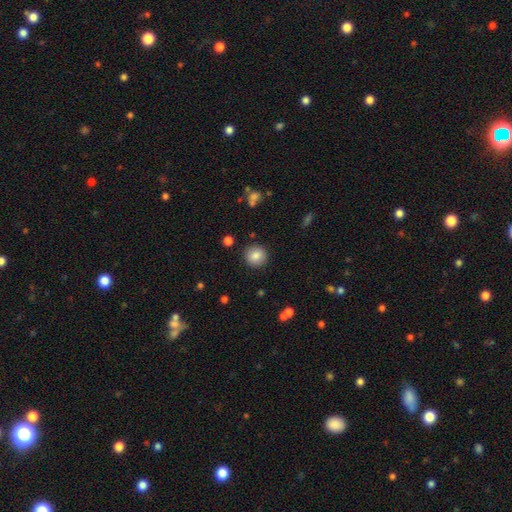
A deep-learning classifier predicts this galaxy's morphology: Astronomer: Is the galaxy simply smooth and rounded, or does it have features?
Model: smooth — 85%.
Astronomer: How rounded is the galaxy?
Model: round — 91%.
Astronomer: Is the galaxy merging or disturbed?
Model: none — 90%.